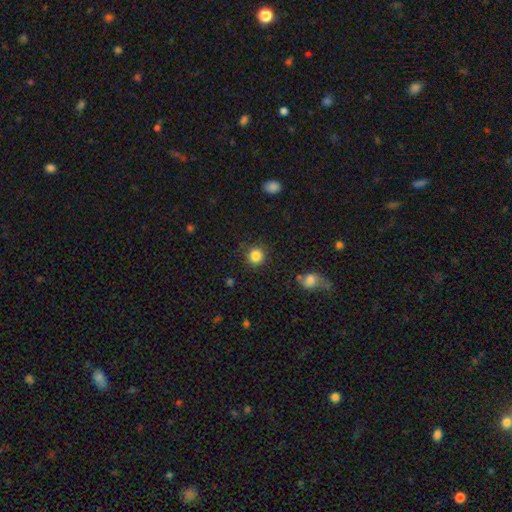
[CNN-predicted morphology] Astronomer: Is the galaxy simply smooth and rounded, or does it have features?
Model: smooth — 85%.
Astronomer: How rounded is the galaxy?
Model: round — 93%.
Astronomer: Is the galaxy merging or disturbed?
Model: none — 88%.